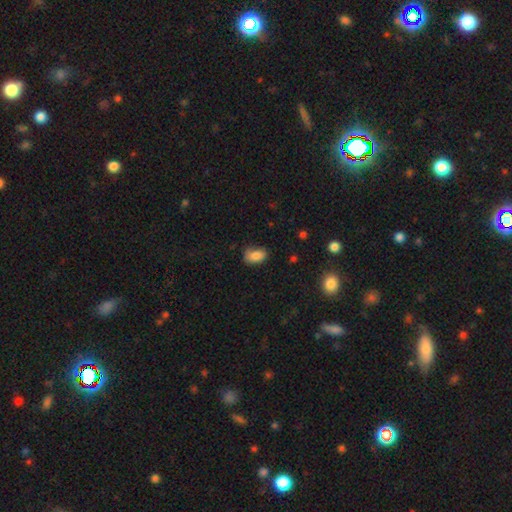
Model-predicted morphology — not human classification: Smooth or featured? Predicted: smooth (p=0.85). How rounded? Predicted: in between (p=0.89). Merging? Predicted: none (p=0.65).